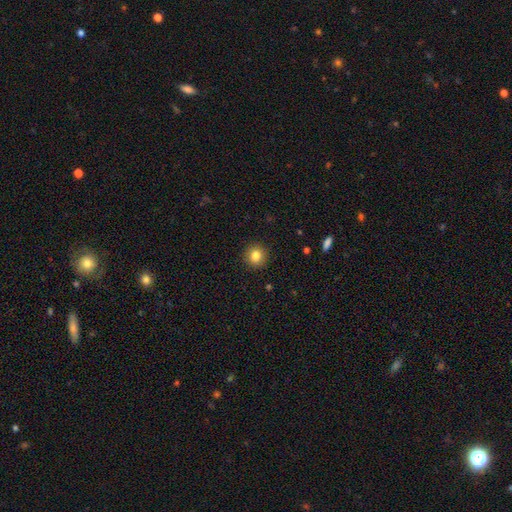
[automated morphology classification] This is clearly a smooth galaxy (83%). How rounded: clearly round (92%). Merging: clearly none (92%).